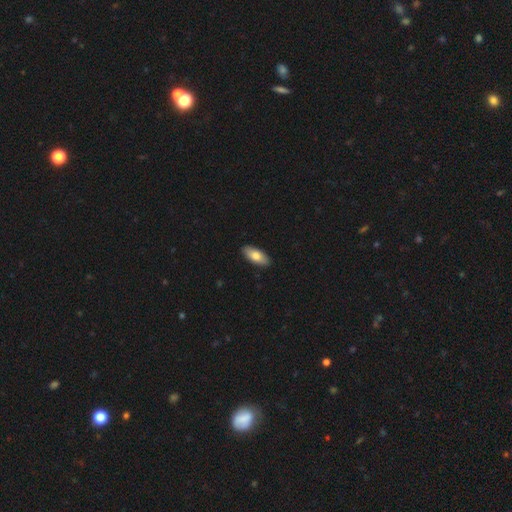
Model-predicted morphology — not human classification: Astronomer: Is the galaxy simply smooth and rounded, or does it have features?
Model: smooth — 79%.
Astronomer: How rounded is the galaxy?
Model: in between — 84%.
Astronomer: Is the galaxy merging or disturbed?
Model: none — 90%.